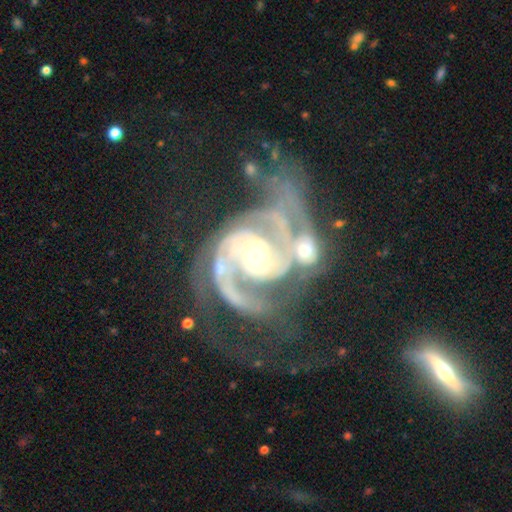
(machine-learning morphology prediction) Smooth or featured? featured or disk (92%)
Edge-on disk? no (98%)
Bar? weak (40%)
Spiral arms? yes (98%)
Spiral winding? medium (49%)
Spiral arm count? 2 (71%)
Bulge size? moderate (54%)
Merging? merger (30%)